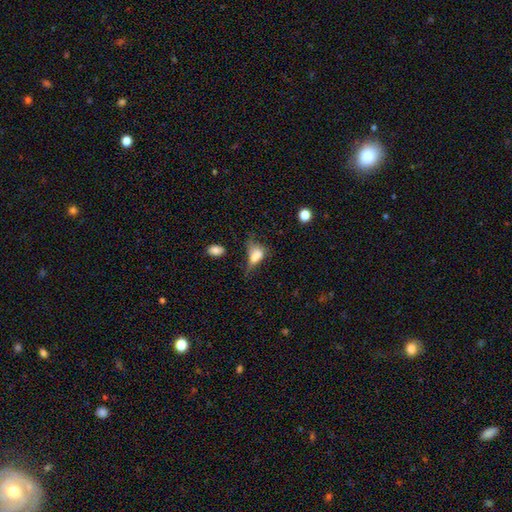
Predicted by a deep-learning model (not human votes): smooth-or-featured: smooth: 68% | featured or disk: 19% | star or artifact: 12%
  how-rounded: in between: 81% | round: 13% | cigar-shaped: 6%
  merging: major disturbance: 38% | minor disturbance: 27% | none: 24% | merger: 11%